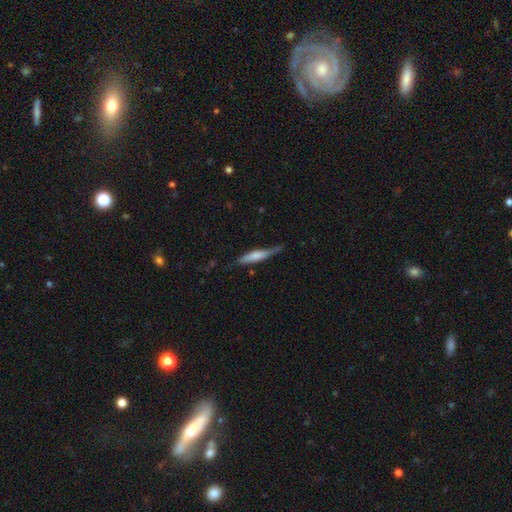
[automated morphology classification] This appears to be a smooth galaxy with no disk features (60%) that is cigar-shaped (86%). Merging: none (55%).